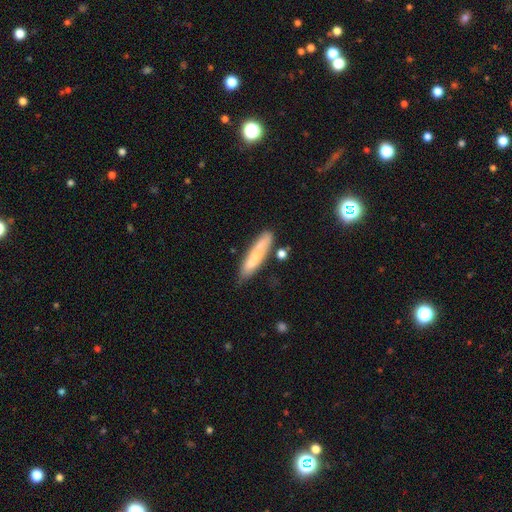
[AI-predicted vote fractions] Smooth or featured? smooth (61%)
How rounded? cigar-shaped (83%)
Merging? none (70%)